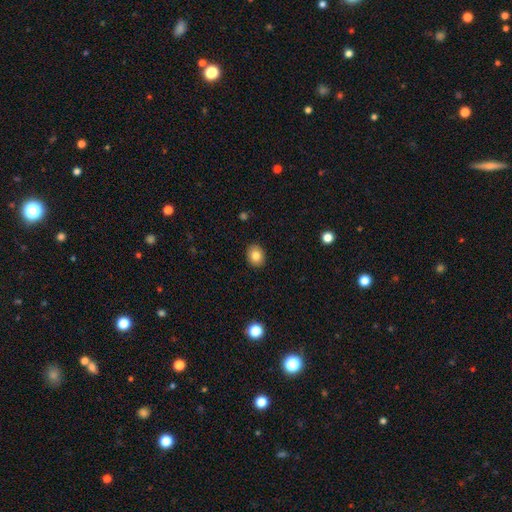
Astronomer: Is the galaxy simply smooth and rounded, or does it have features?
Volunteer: smooth — 85%.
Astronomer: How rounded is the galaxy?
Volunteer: in between — 52% (runner-up: round, 48%).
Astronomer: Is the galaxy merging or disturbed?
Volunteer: none — 86%.